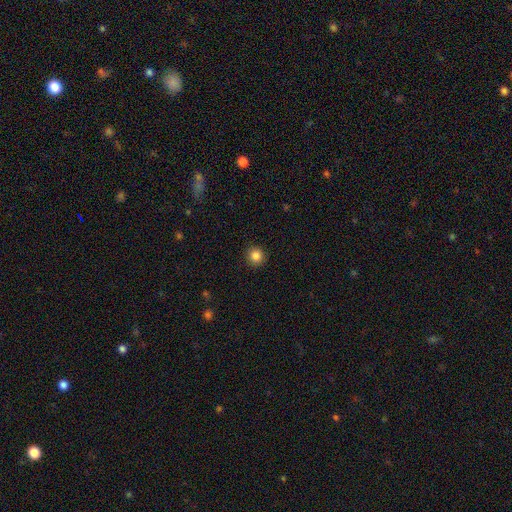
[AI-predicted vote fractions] Smooth or featured? Predicted: smooth (p=0.85). How rounded? Predicted: round (p=0.94). Merging? Predicted: none (p=0.92).